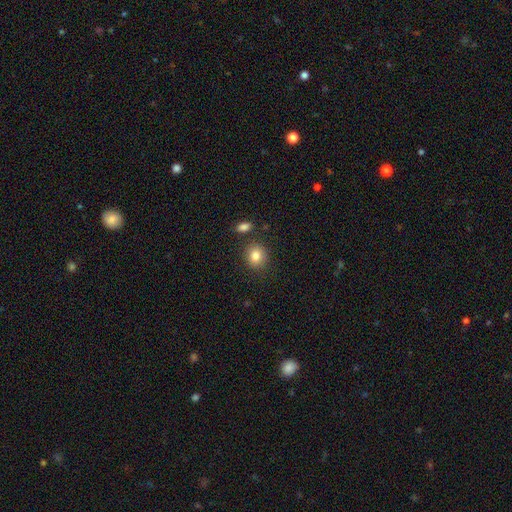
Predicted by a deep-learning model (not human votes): Smooth or featured? Predicted: smooth (p=0.84). How rounded? Predicted: round (p=0.77). Merging? Predicted: none (p=0.83).